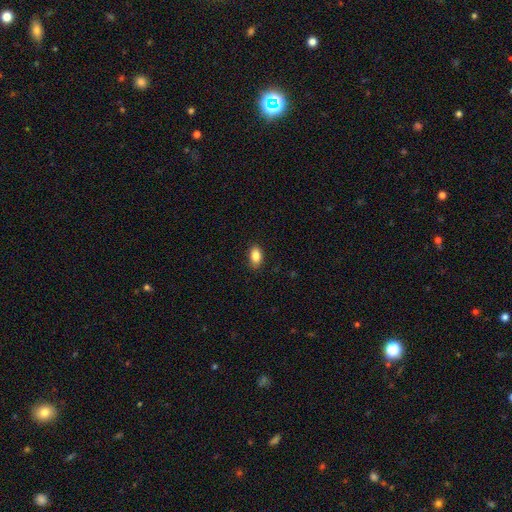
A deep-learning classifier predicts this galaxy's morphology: Smooth or featured?
  - smooth: 86% *
  - star or artifact: 8%
  - featured or disk: 6%
How rounded?
  - in between: 89% *
  - round: 9%
  - cigar-shaped: 2%
Merging?
  - none: 88% *
  - minor disturbance: 9%
  - major disturbance: 2%
  - merger: 1%